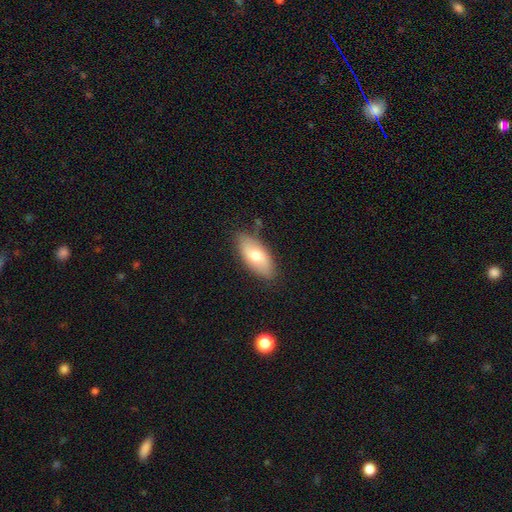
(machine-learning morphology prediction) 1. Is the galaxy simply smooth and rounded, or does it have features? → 69% smooth, 25% featured or disk, 6% star or artifact.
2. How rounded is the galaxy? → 89% in between, 9% cigar-shaped, 3% round.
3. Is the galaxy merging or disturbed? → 81% none, 14% minor disturbance, 3% major disturbance, 2% merger.